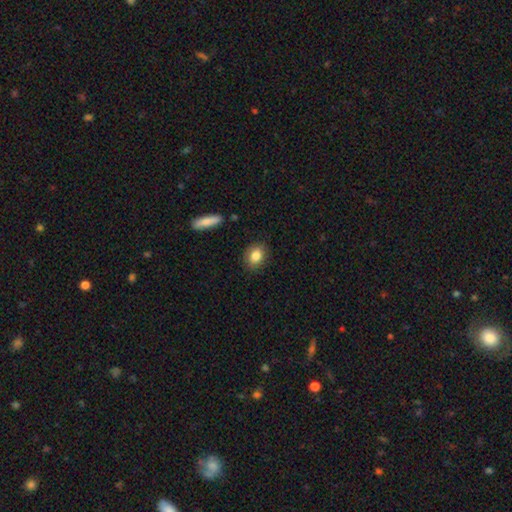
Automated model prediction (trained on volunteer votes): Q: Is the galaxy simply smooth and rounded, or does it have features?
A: smooth — 84%.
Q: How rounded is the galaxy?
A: in between — 58%.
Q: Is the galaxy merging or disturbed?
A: none — 85%.